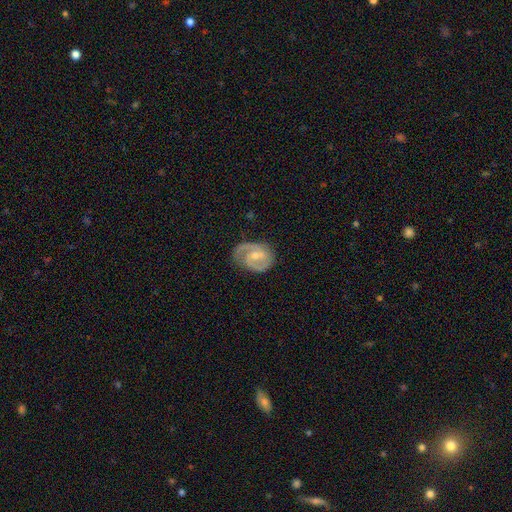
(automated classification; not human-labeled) smooth_or_featured: featured or disk (p=0.83) [alt: smooth p=0.12]
disk_edge_on: no (p=0.98) [alt: yes p=0.02]
bar: weak (p=0.51) [alt: no p=0.34]
has_spiral_arms: yes (p=0.95) [alt: no p=0.05]
spiral_winding: medium (p=0.49) [alt: tight p=0.38]
spiral_arm_count: 2 (p=0.80) [alt: 1 p=0.10]
bulge_size: moderate (p=0.48) [alt: small p=0.46]
merging: none (p=0.71) [alt: minor disturbance p=0.20]